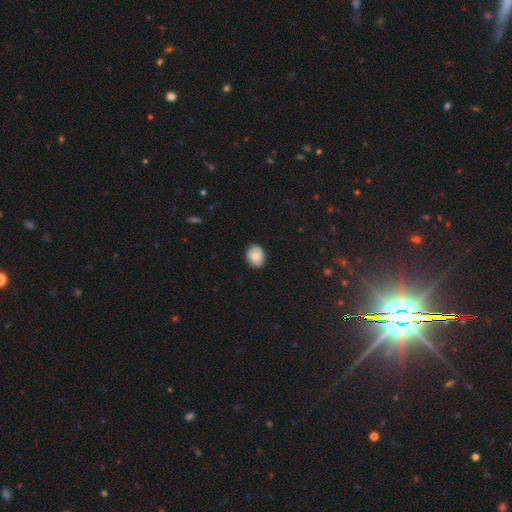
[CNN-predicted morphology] smooth-or-featured: smooth: 82% | featured or disk: 10% | star or artifact: 8%
  how-rounded: in between: 57% | round: 42% | cigar-shaped: 1%
  merging: none: 86% | minor disturbance: 11% | major disturbance: 2% | merger: 1%